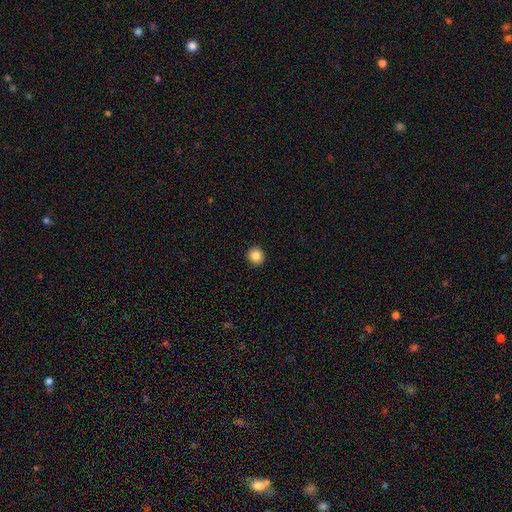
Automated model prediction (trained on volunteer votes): smooth-or-featured: smooth: 86% | star or artifact: 10% | featured or disk: 4%
  how-rounded: round: 93% | in between: 6% | cigar-shaped: 1%
  merging: none: 93% | minor disturbance: 4% | major disturbance: 1% | merger: 1%